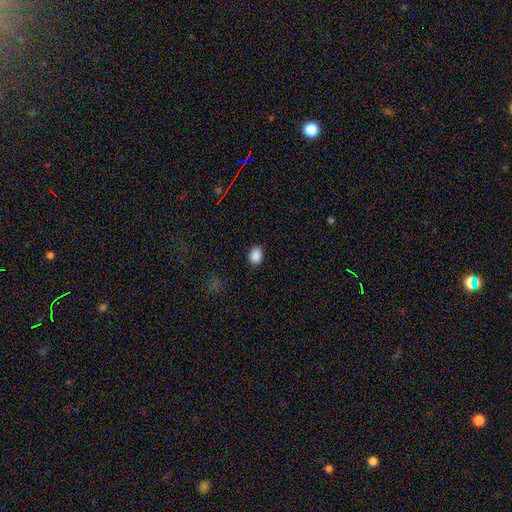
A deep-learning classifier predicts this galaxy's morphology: A smooth galaxy with no disk features (87%) that is round (54%). Merging: none (87%).